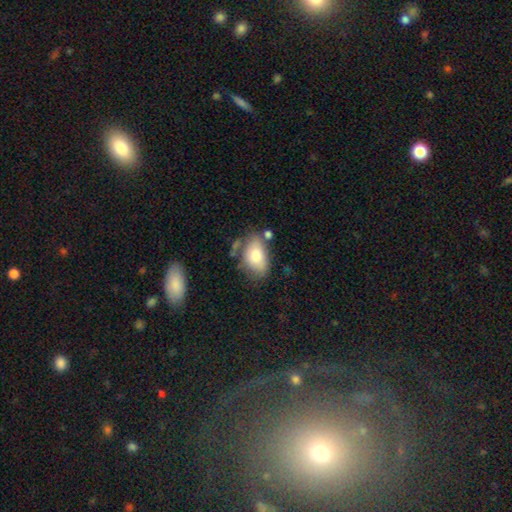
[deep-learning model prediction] The model was most divided on "merging": none: 53%, minor disturbance: 26%, merger: 11%, major disturbance: 10%. More confident: how rounded — in between (91%); smooth or featured — smooth (79%).